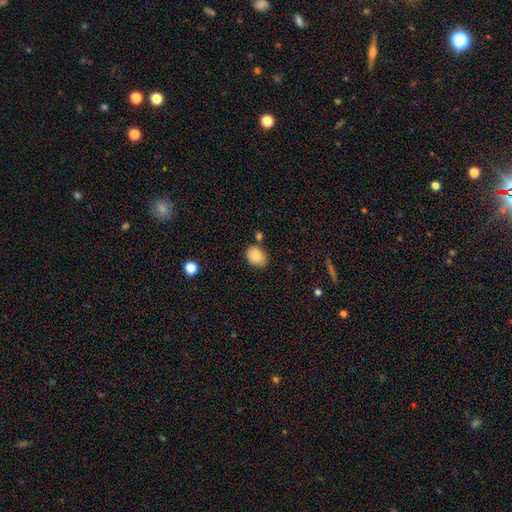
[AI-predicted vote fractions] Smooth or featured: smooth — 87% (star or artifact — 8%)
How rounded: in between — 74% (round — 25%)
Merging: none — 72% (minor disturbance — 17%)